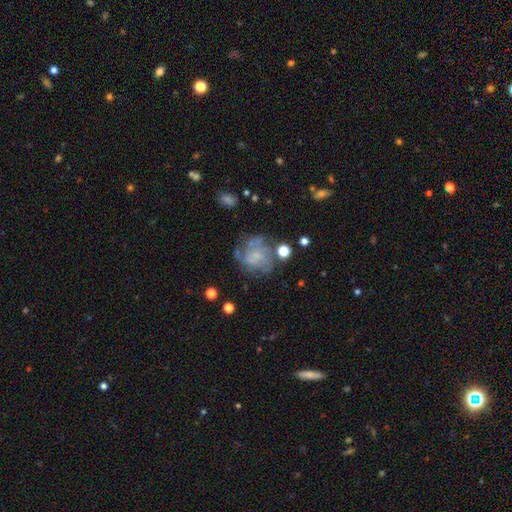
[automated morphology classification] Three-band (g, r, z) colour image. It shows a featured or disk galaxy (61%) with no bar (74%), spiral arms (71%) and a small central bulge (47%). Merging: none (52%).